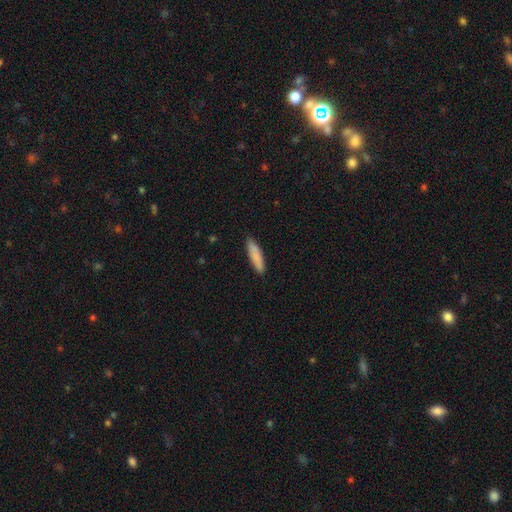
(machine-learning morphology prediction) Overall: smooth (86%). How rounded: cigar-shaped (79%). Merging: none (88%).